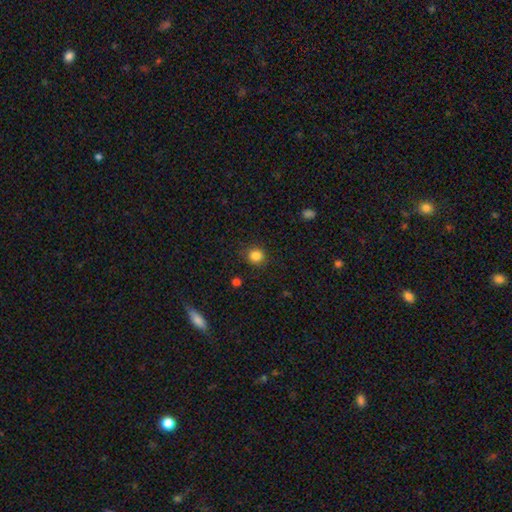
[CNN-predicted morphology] A smooth galaxy with no disk features (85%) that is round (88%). Merging: none (89%).